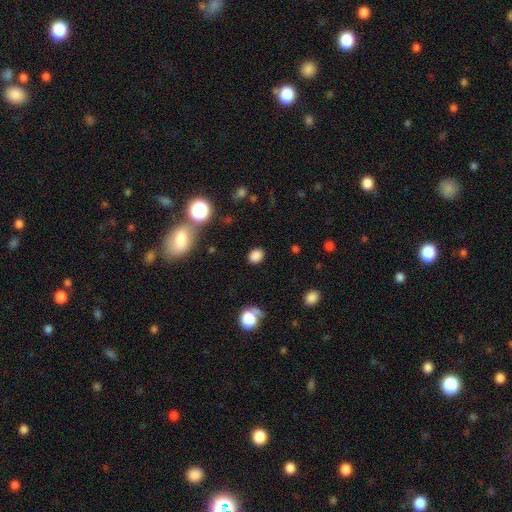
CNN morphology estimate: Smooth or featured?
  - smooth: 82% *
  - star or artifact: 13%
  - featured or disk: 5%
How rounded?
  - round: 50% *
  - in between: 49%
  - cigar-shaped: 1%
Merging?
  - none: 87% *
  - minor disturbance: 8%
  - major disturbance: 3%
  - merger: 2%